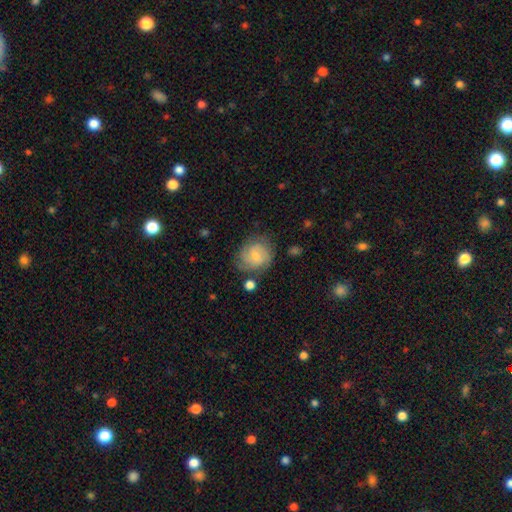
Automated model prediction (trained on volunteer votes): The model was most divided on "smooth or featured": featured or disk: 48%, smooth: 45%, star or artifact: 8%. More confident: merging — none (68%).